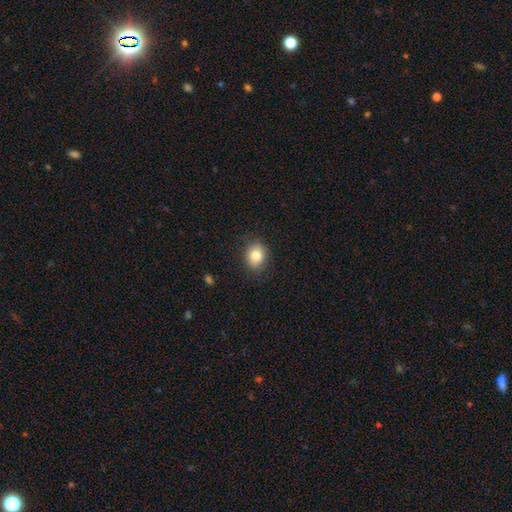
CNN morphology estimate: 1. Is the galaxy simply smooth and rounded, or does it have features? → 81% smooth, 10% star or artifact, 9% featured or disk.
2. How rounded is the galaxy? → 55% round, 44% in between, 1% cigar-shaped.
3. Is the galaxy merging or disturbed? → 85% none, 11% minor disturbance, 3% major disturbance, 1% merger.